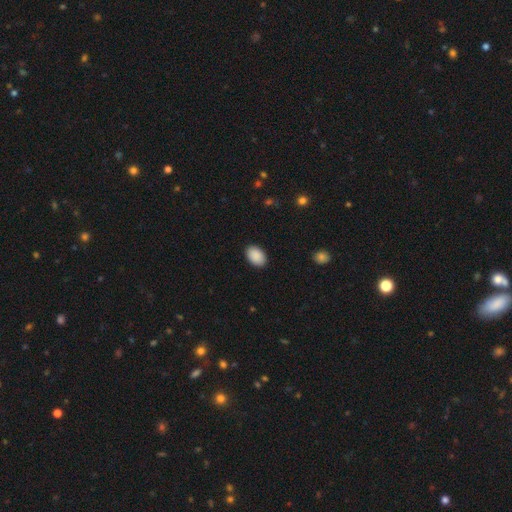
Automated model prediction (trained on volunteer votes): This appears to be a smooth galaxy with no disk features (91%) that is in between round and cigar-shaped (88%). Merging: none (90%).